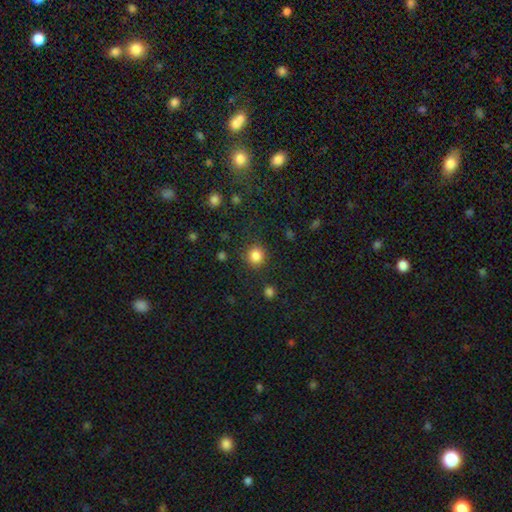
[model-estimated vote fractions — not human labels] Smooth or featured? Predicted: smooth (p=0.84). How rounded? Predicted: round (p=0.93). Merging? Predicted: none (p=0.88).